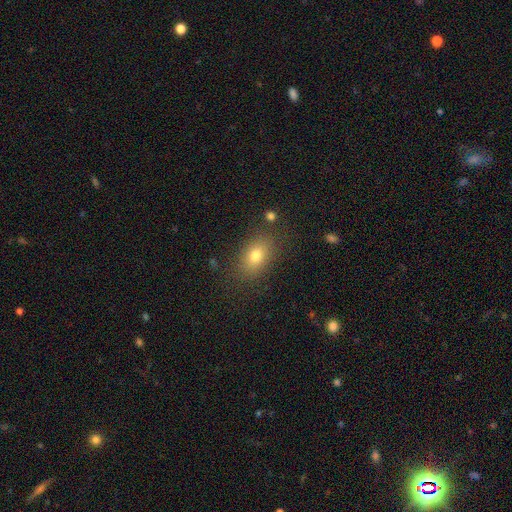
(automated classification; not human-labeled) Overall: smooth (77%). How rounded: in between (82%). Merging: none (81%).